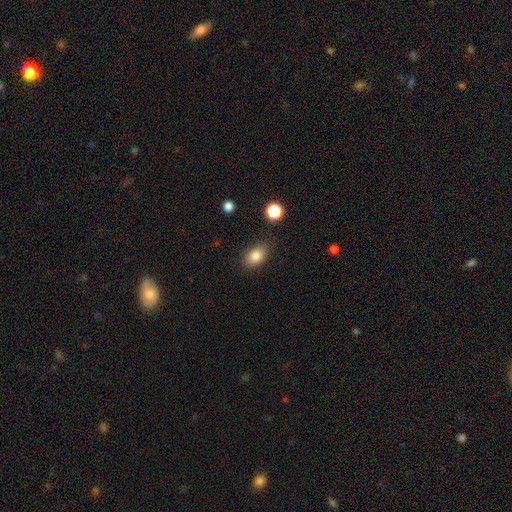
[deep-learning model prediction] A smooth galaxy with no disk features (83%) that is in between round and cigar-shaped (81%). Merging: none (83%).